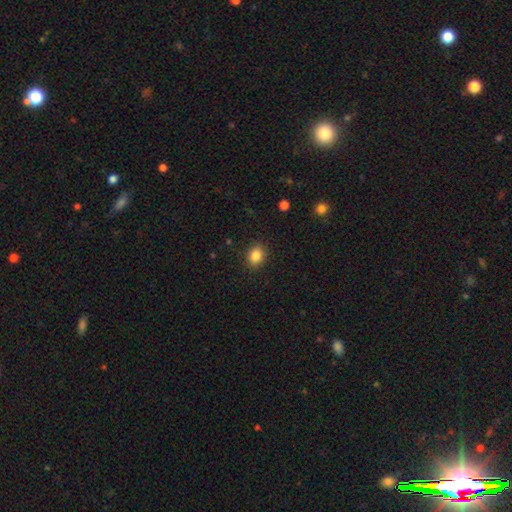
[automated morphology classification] Q: Smooth or featured?
A: smooth (86%); runner-up: star or artifact (10%)
Q: How rounded?
A: in between (50%); runner-up: round (49%)
Q: Merging?
A: none (89%); runner-up: minor disturbance (8%)